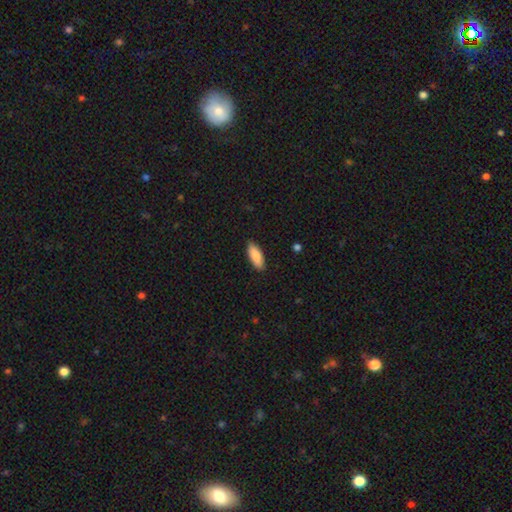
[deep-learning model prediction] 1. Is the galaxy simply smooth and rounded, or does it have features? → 87% smooth, 8% featured or disk, 6% star or artifact.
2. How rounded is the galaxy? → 75% in between, 23% cigar-shaped, 2% round.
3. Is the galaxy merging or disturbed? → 89% none, 9% minor disturbance, 2% major disturbance, 1% merger.